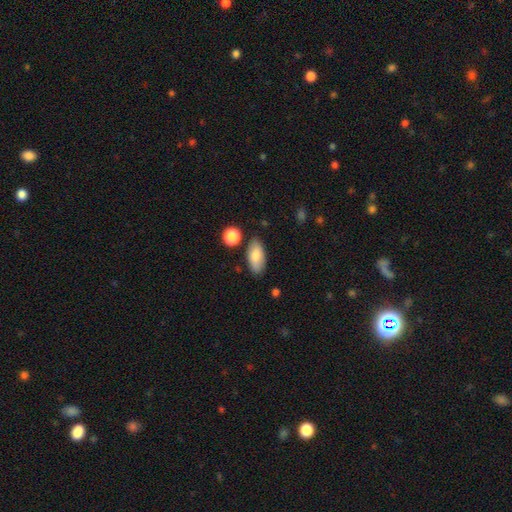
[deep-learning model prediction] Smooth or featured? Predicted: smooth (p=0.79). How rounded? Predicted: in between (p=0.90). Merging? Predicted: none (p=0.80).